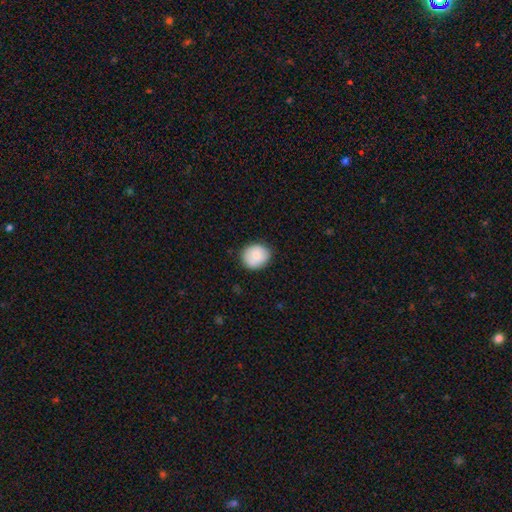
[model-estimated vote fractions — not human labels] This is clearly a smooth galaxy (81%). How rounded: likely round (76%). Merging: clearly none (81%).